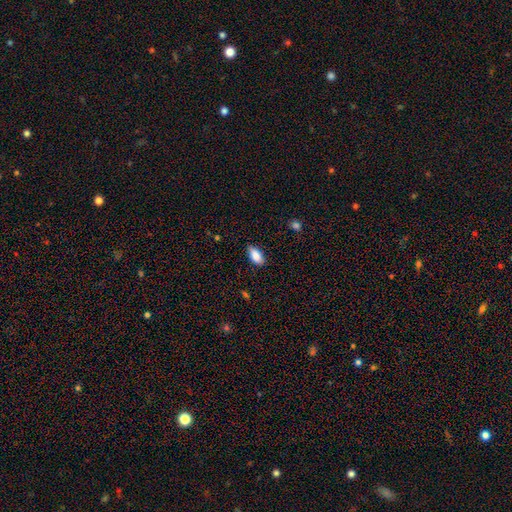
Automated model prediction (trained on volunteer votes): Overall: smooth (87%). How rounded: in between (90%). Merging: none (83%).